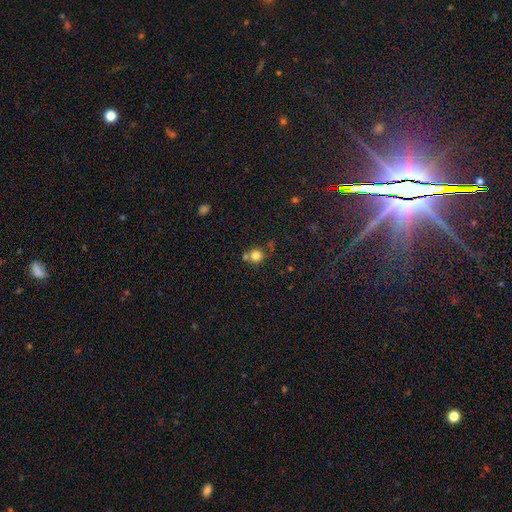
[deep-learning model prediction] smooth 79%, star or artifact 13%, featured or disk 9%. Down the decision tree: how rounded — round (90%); merging — none (59%).